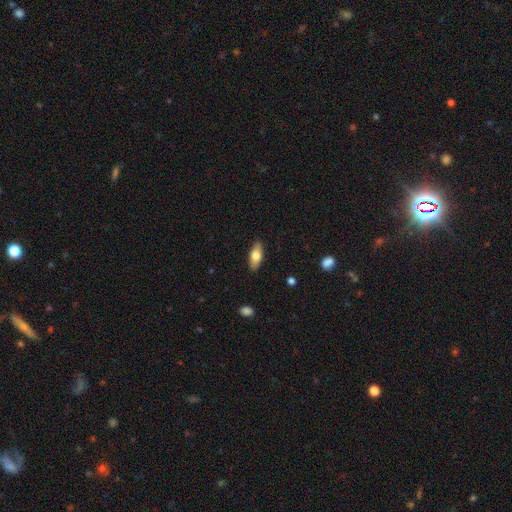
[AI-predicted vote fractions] Smooth or featured? smooth (69%)
How rounded? in between (76%)
Merging? none (88%)